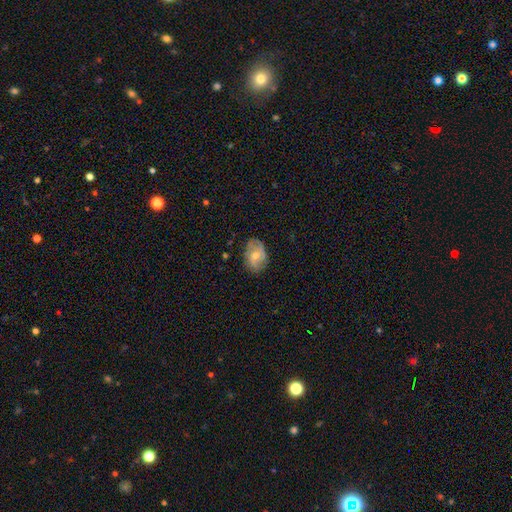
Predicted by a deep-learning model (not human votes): A featured or disk galaxy (48%).

Vote fractions:
- Smooth or featured? featured or disk: 48% / smooth: 44% / star or artifact: 7%
- Merging? none: 72% / minor disturbance: 21% / major disturbance: 6% / merger: 1%